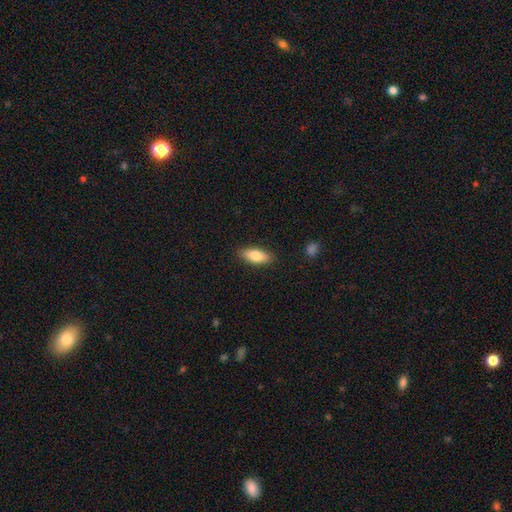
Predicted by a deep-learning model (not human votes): A smooth galaxy with no disk features (78%) that is in between round and cigar-shaped (74%).

Vote fractions:
- Smooth or featured? smooth: 78% / featured or disk: 16% / star or artifact: 6%
- How rounded? in between: 74% / cigar-shaped: 23% / round: 3%
- Merging? none: 87% / minor disturbance: 10% / major disturbance: 2% / merger: 1%